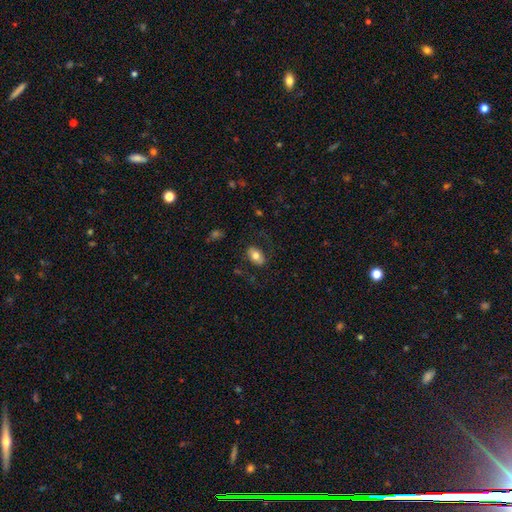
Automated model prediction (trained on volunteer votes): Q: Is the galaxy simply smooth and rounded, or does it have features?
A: smooth — 73%.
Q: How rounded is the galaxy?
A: in between — 90%.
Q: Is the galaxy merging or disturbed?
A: none — 77%.